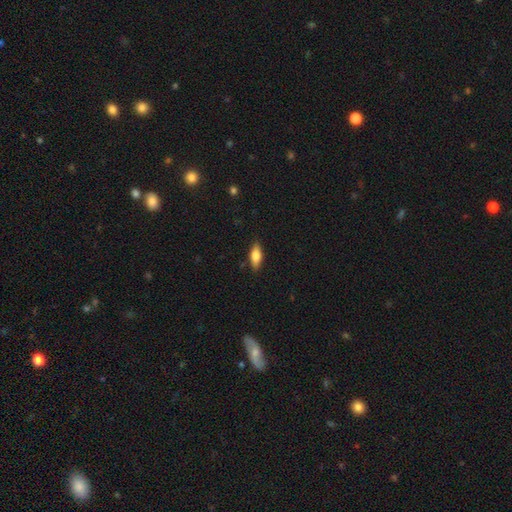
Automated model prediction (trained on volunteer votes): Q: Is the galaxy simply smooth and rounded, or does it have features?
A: smooth — 72%.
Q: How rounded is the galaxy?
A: in between — 73%.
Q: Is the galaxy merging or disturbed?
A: none — 85%.